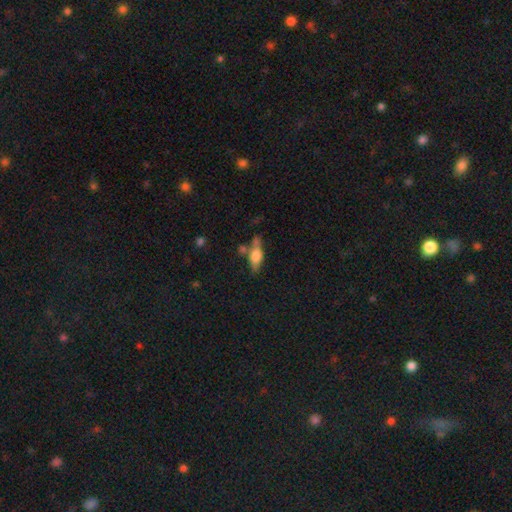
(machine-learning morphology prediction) smooth 59%, featured or disk 33%, star or artifact 8%. Down the decision tree: how rounded — in between (66%); merging — none (54%).